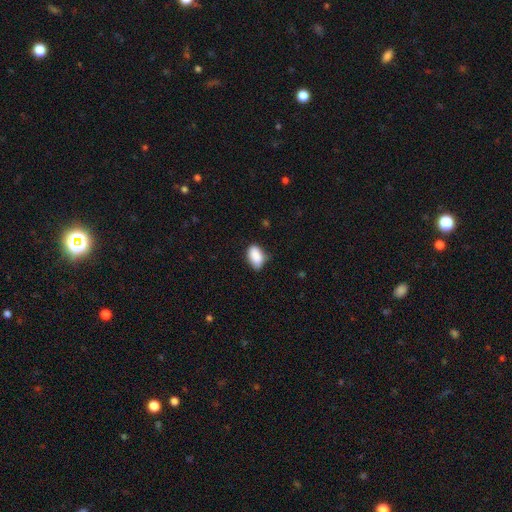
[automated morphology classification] Overall: smooth (88%). How rounded: in between (91%). Merging: none (71%).